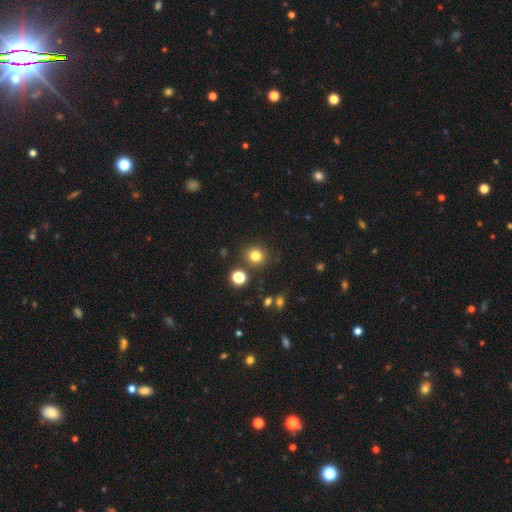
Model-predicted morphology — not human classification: type=smooth (80%); roundness=round (89%); merging=none (85%).